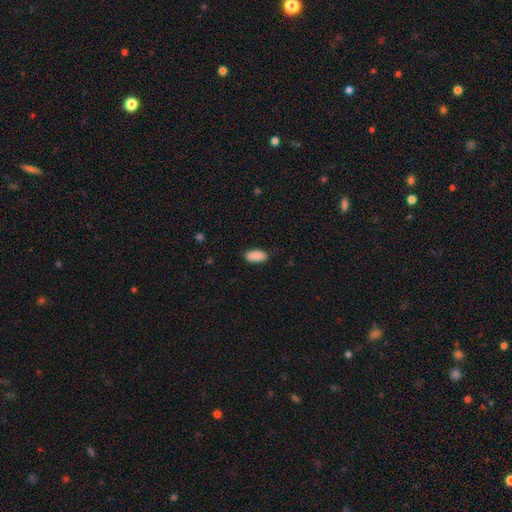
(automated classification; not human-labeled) Q: Smooth or featured?
A: smooth (90%); runner-up: star or artifact (7%)
Q: How rounded?
A: in between (93%); runner-up: cigar-shaped (4%)
Q: Merging?
A: none (85%); runner-up: minor disturbance (11%)